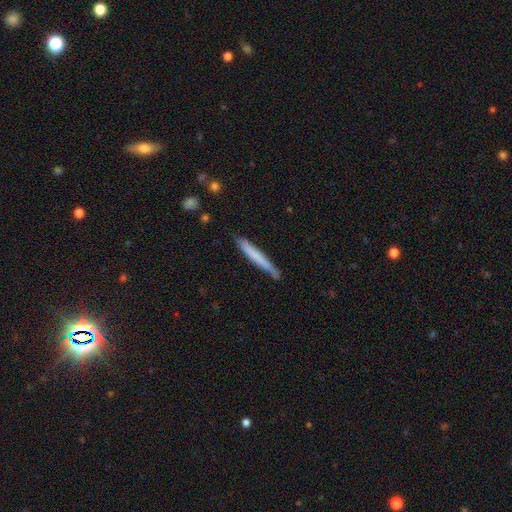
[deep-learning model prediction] Smooth or featured? Predicted: smooth (p=0.66). How rounded? Predicted: cigar-shaped (p=0.96). Merging? Predicted: none (p=0.79).